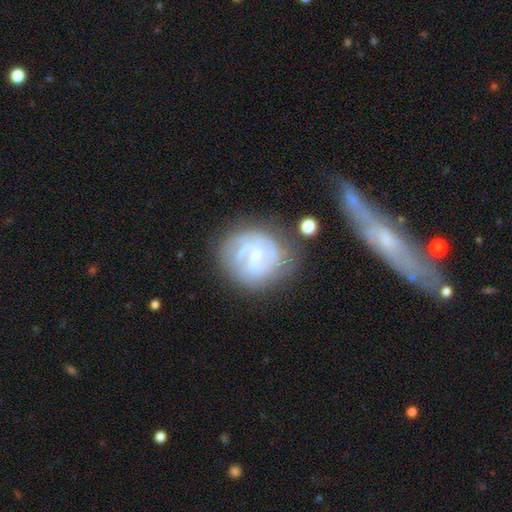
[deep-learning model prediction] Smooth or featured? Predicted: featured or disk (p=0.77). Edge-on disk? Predicted: no (p=0.98). Bar? Predicted: weak (p=0.50). Spiral arms? Predicted: yes (p=0.90). Spiral winding? Predicted: tight (p=0.48). Spiral arm count? Predicted: 2 (p=0.33). Bulge size? Predicted: small (p=0.67). Merging? Predicted: none (p=0.65).